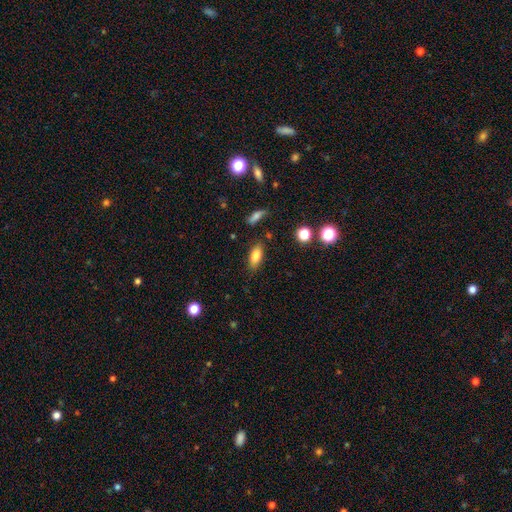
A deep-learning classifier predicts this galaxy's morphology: A smooth galaxy with no disk features (80%) that is in between round and cigar-shaped (81%). Merging: none (83%).